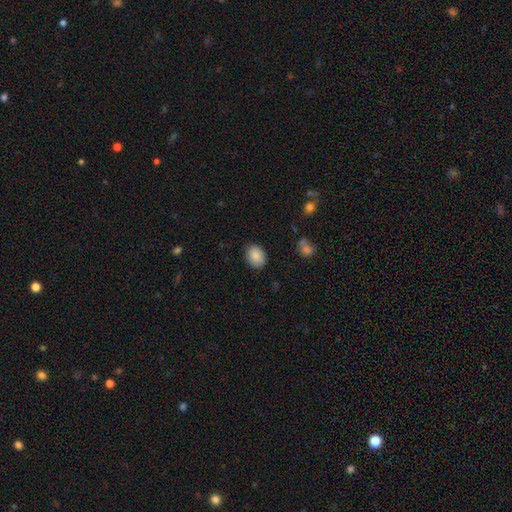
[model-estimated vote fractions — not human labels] smooth 87%, star or artifact 8%, featured or disk 5%. Down the decision tree: how rounded — in between (59%); merging — none (84%).